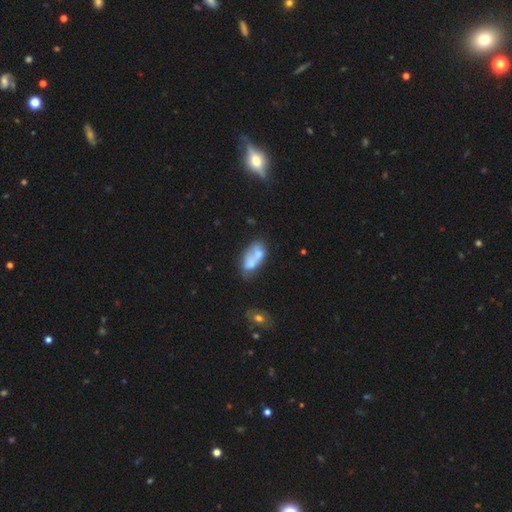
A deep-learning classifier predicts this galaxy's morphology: type=smooth (55%); roundness=in between (85%); merging=merger (59%).